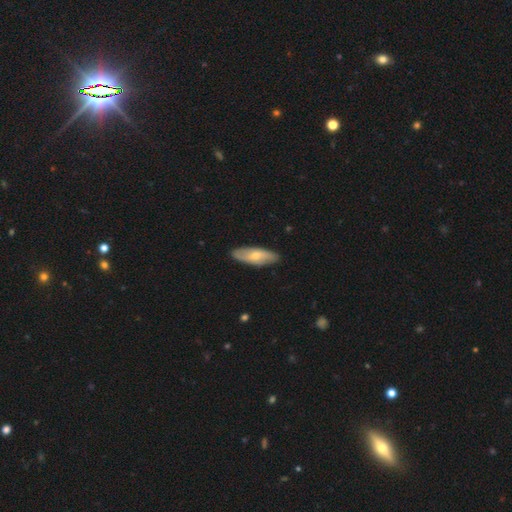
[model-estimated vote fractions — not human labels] A smooth galaxy with no disk features (49%). Merging: none (85%).